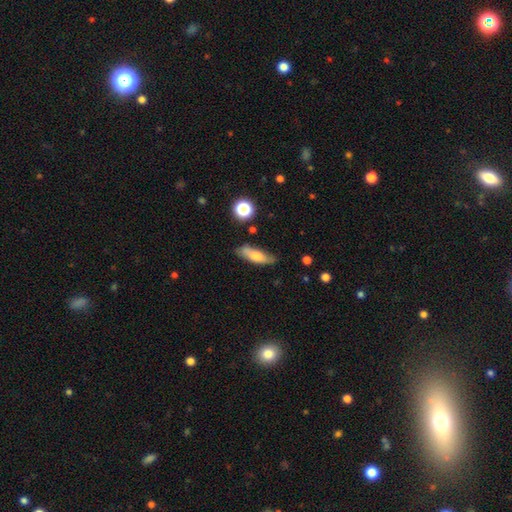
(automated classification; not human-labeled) Q: Smooth or featured?
A: smooth (67%); runner-up: featured or disk (25%)
Q: How rounded?
A: in between (49%); runner-up: cigar-shaped (48%)
Q: Merging?
A: none (68%); runner-up: minor disturbance (23%)